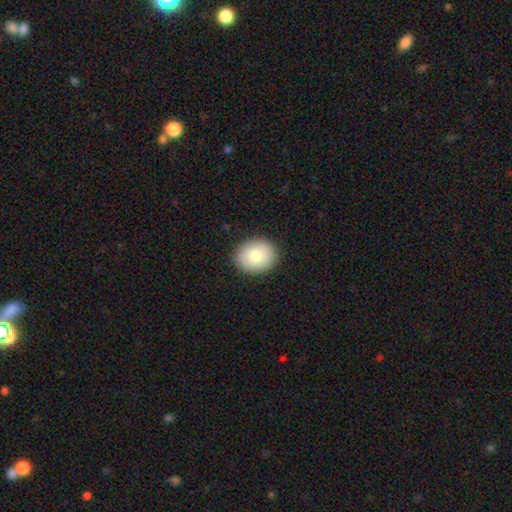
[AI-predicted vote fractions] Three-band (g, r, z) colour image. It shows a smooth galaxy with no disk features (80%) that is round (55%). Merging: none (90%).